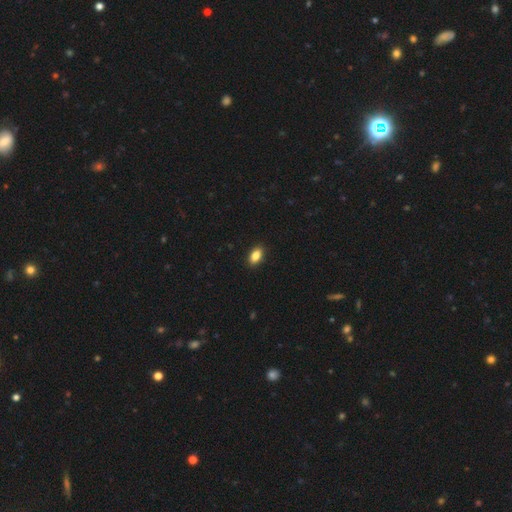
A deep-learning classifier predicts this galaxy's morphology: smooth_or_featured: smooth (p=0.86) [alt: star or artifact p=0.08]
how_rounded: in between (p=0.89) [alt: round p=0.07]
merging: none (p=0.90) [alt: minor disturbance p=0.08]